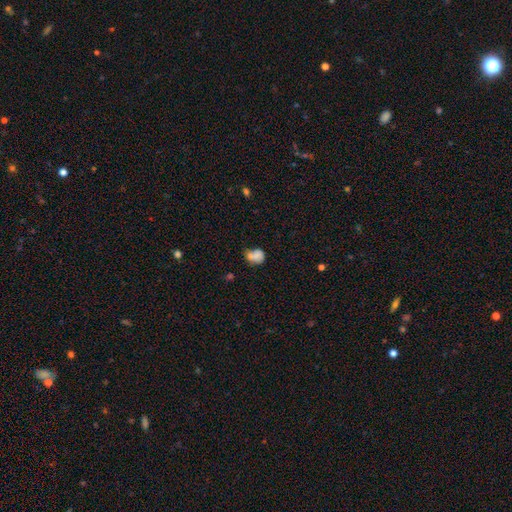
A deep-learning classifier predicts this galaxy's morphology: Smooth or featured?
  - smooth: 75% *
  - featured or disk: 14%
  - star or artifact: 10%
How rounded?
  - in between: 60% *
  - round: 39%
  - cigar-shaped: 1%
Merging?
  - none: 37% *
  - minor disturbance: 31%
  - merger: 19%
  - major disturbance: 14%